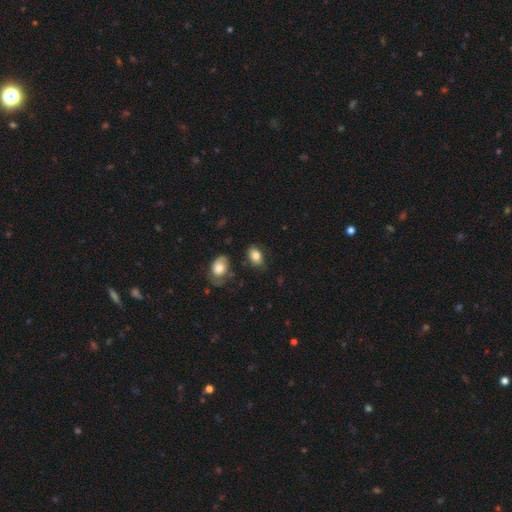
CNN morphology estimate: This is clearly a smooth galaxy (82%). How rounded: likely in between (80%). Merging: likely none (72%).